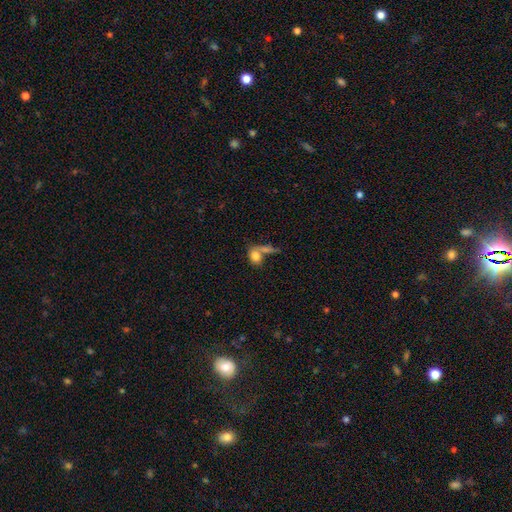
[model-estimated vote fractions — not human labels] Smooth or featured?
  - smooth: 79% *
  - featured or disk: 12%
  - star or artifact: 9%
How rounded?
  - in between: 67% *
  - round: 28%
  - cigar-shaped: 4%
Merging?
  - merger: 42% *
  - none: 35%
  - minor disturbance: 12%
  - major disturbance: 11%